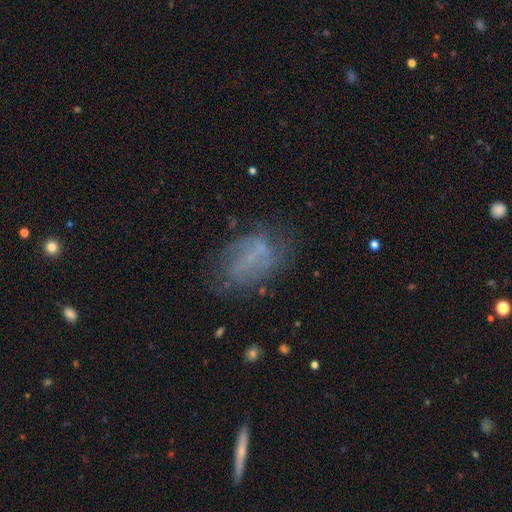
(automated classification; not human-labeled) Smooth or featured? featured or disk (50%)
Edge-on disk? no (96%)
Merging? none (57%)